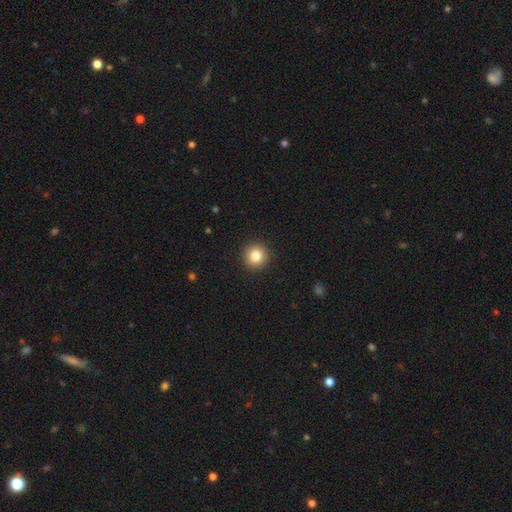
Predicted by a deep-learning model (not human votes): Smooth or featured? Predicted: smooth (p=0.85). How rounded? Predicted: round (p=0.95). Merging? Predicted: none (p=0.92).